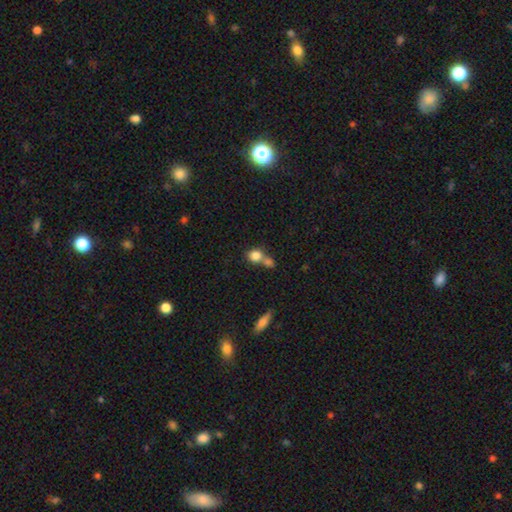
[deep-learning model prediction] Smooth or featured: smooth — 80% (featured or disk — 10%)
How rounded: round — 72% (in between — 26%)
Merging: merger — 55% (none — 33%)